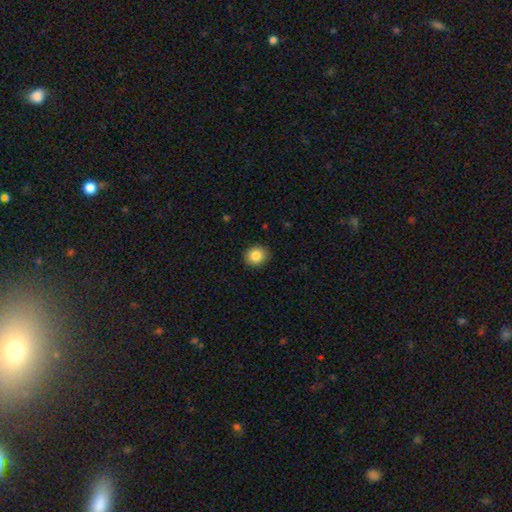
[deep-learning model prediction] smooth-or-featured: smooth: 85% | star or artifact: 9% | featured or disk: 6%
  how-rounded: round: 77% | in between: 22% | cigar-shaped: 1%
  merging: none: 89% | minor disturbance: 8% | major disturbance: 2% | merger: 1%